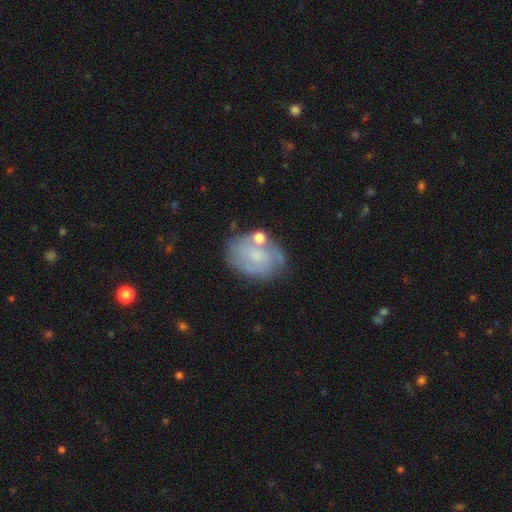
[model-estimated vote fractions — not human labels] The model was most divided on "smooth or featured": featured or disk: 54%, smooth: 38%, star or artifact: 8%. Remaining: edge-on disk — no (97%); spiral arms — yes (67%); bar — no (67%); merging — none (60%); bulge size — small (48%).